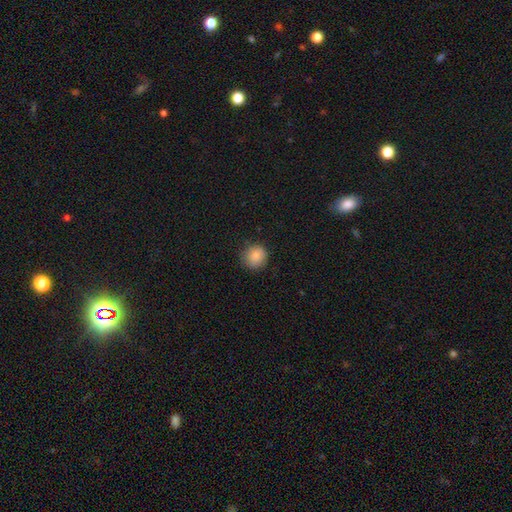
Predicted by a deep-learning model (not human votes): A smooth galaxy with no disk features (86%) that is round (89%). Merging: none (84%).